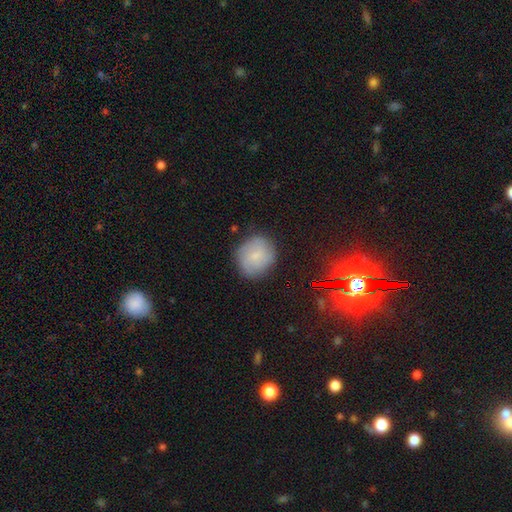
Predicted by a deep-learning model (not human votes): This appears to be a smooth galaxy with no disk features (57%) that is round (77%). Merging: none (79%).